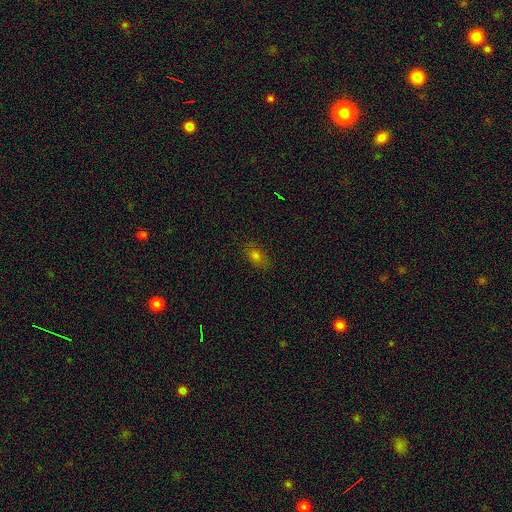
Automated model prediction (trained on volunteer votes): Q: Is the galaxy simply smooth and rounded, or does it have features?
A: smooth — 75%.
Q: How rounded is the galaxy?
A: in between — 84%.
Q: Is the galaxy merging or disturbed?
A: none — 80%.